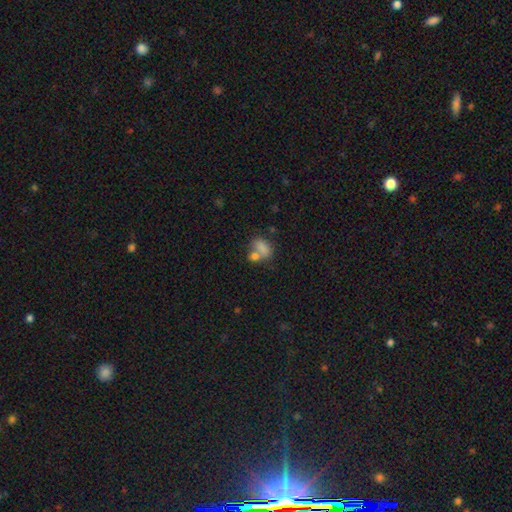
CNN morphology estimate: smooth 77%, featured or disk 12%, star or artifact 11%. Down the decision tree: how rounded — in between (75%); merging — merger (50%).